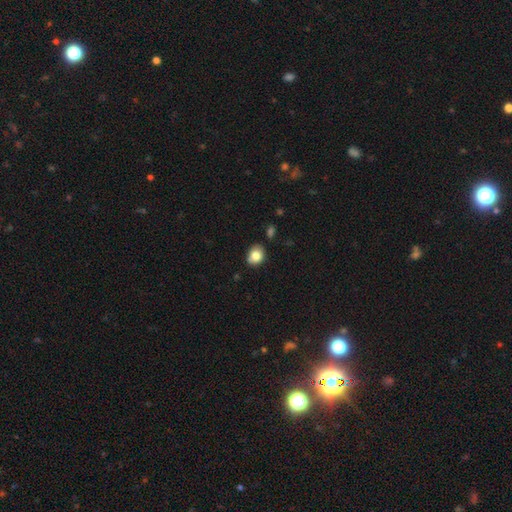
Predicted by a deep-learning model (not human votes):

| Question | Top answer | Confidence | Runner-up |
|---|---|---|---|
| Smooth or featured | smooth | 80% | featured or disk (11%) |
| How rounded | in between | 51% | round (48%) |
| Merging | none | 76% | minor disturbance (18%) |